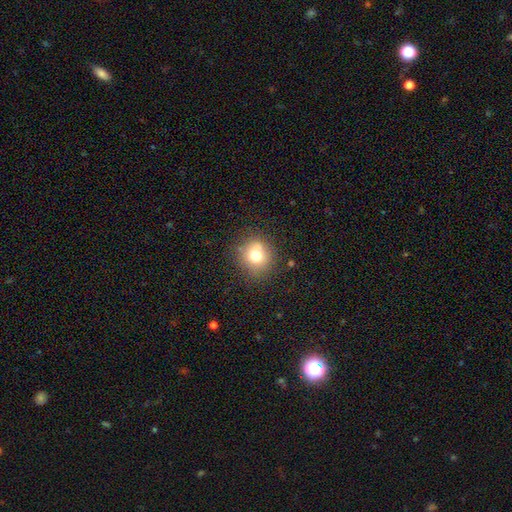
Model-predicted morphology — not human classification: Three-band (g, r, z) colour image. It shows a smooth galaxy with no disk features (73%) that is round (86%). Merging: none (78%).